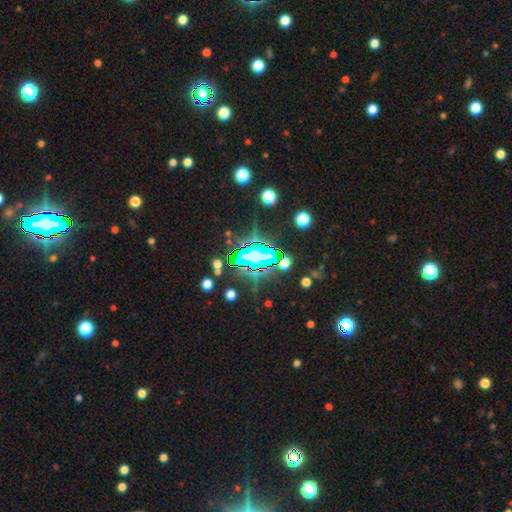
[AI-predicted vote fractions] Morphology: type=star or artifact (71%).